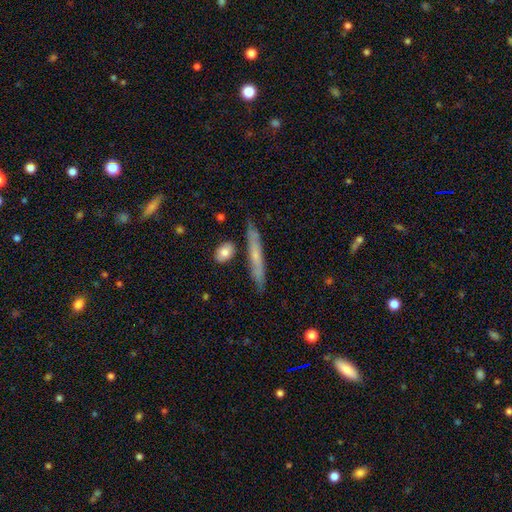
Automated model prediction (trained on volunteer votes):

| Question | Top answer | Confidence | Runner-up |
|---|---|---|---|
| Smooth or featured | featured or disk | 47% | tied: smooth (47%) |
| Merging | none | 79% | minor disturbance (13%) |